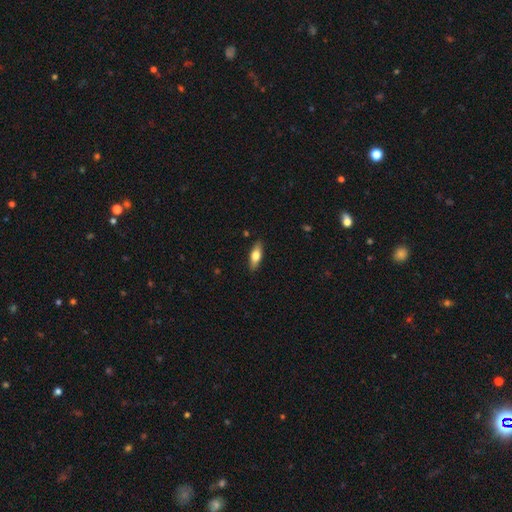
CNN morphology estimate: Smooth or featured: smooth — 66% (featured or disk — 28%)
How rounded: in between — 65% (cigar-shaped — 33%)
Merging: none — 87% (minor disturbance — 10%)